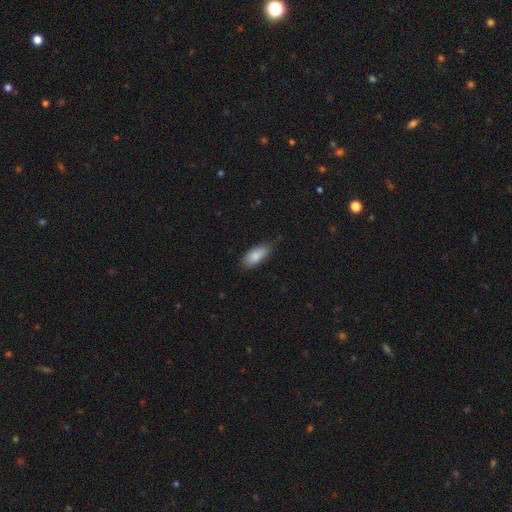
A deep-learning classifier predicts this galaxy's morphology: Smooth or featured?
  - smooth: 86% *
  - featured or disk: 8%
  - star or artifact: 6%
How rounded?
  - in between: 86% *
  - cigar-shaped: 12%
  - round: 2%
Merging?
  - none: 74% *
  - minor disturbance: 22%
  - major disturbance: 3%
  - merger: 1%